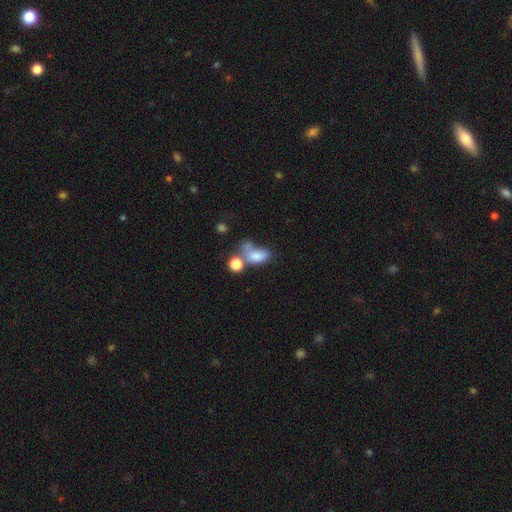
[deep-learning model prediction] smooth-or-featured: smooth: 74% | featured or disk: 14% | star or artifact: 12%
  how-rounded: in between: 82% | round: 15% | cigar-shaped: 3%
  merging: merger: 40% | none: 23% | major disturbance: 21% | minor disturbance: 16%